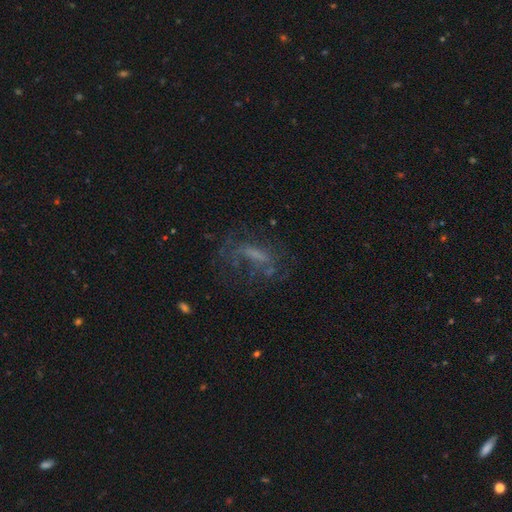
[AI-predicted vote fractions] Smooth or featured? featured or disk (46%)
Merging? none (46%)